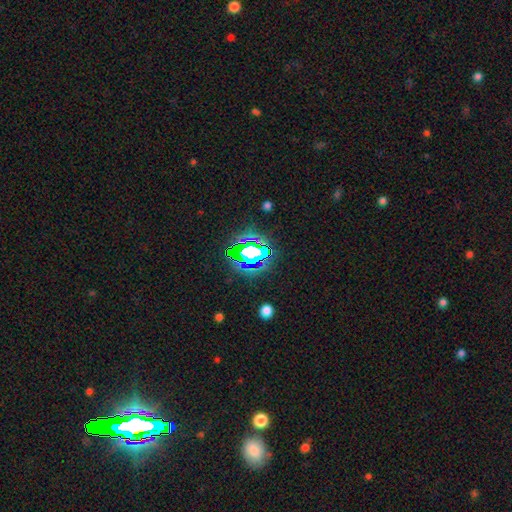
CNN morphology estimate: A star or artifact, not a galaxy (63%).

Vote fractions:
- Smooth or featured? star or artifact: 63% / smooth: 23% / featured or disk: 14%